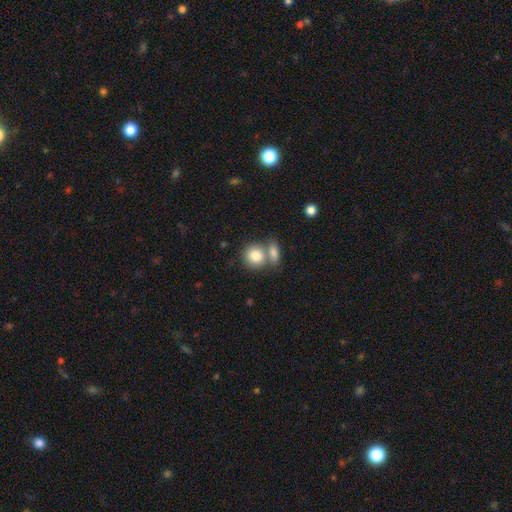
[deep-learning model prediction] Smooth or featured? smooth (83%)
How rounded? round (75%)
Merging? merger (46%)